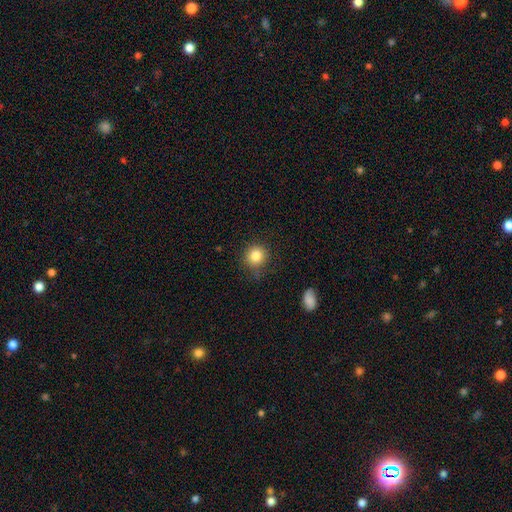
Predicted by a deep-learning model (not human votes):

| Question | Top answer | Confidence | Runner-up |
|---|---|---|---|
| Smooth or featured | smooth | 83% | star or artifact (11%) |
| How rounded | round | 90% | in between (9%) |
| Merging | none | 80% | minor disturbance (15%) |